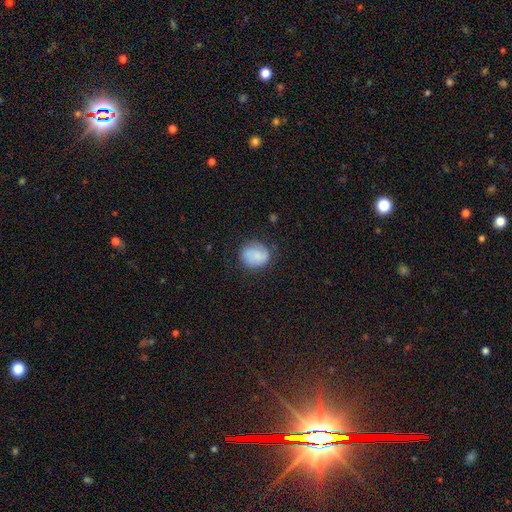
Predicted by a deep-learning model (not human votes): Overall: smooth (72%). How rounded: round (70%). Merging: none (74%).